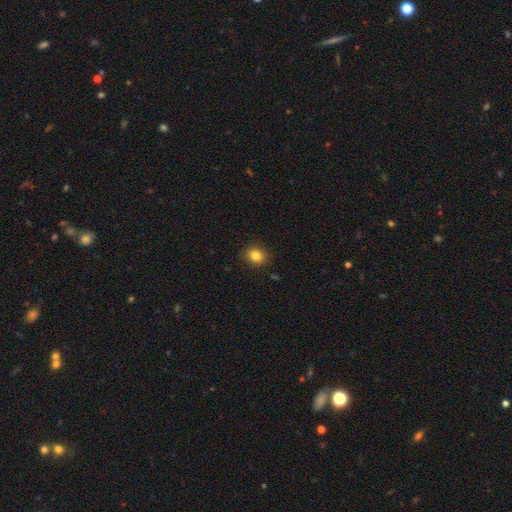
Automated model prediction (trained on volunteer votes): A smooth galaxy with no disk features (84%) that is round (56%). Merging: none (88%).